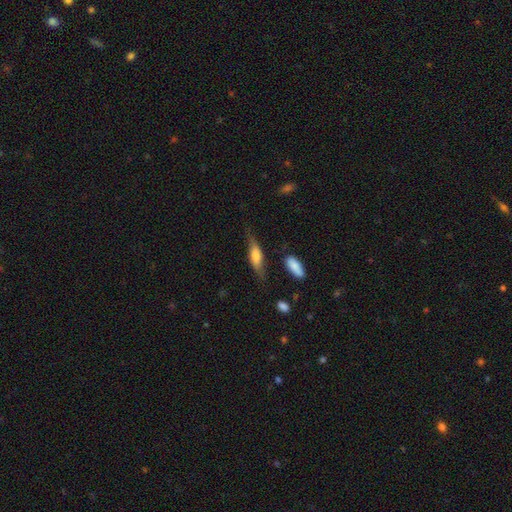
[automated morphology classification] Smooth or featured? smooth (54%)
How rounded? cigar-shaped (50%)
Merging? none (66%)